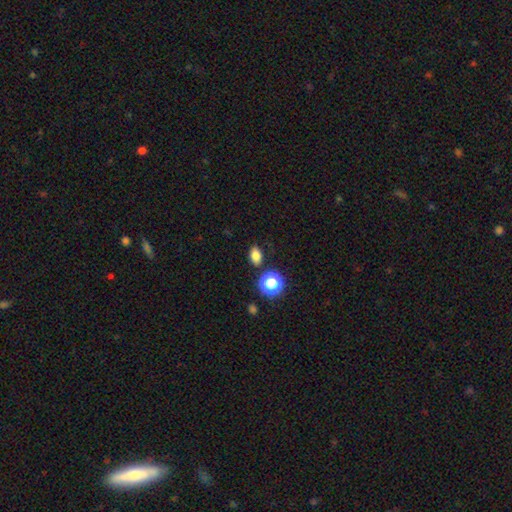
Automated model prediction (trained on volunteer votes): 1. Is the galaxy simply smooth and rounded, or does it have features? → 79% smooth, 15% star or artifact, 6% featured or disk.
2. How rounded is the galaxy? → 75% in between, 23% round, 2% cigar-shaped.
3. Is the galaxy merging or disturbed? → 82% none, 11% minor disturbance, 4% merger, 3% major disturbance.